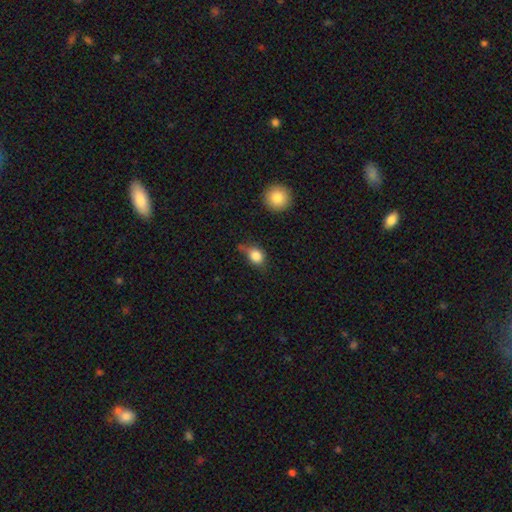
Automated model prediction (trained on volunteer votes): This appears to be a smooth galaxy with no disk features (82%) that is round (51%). Merging: none (43%).